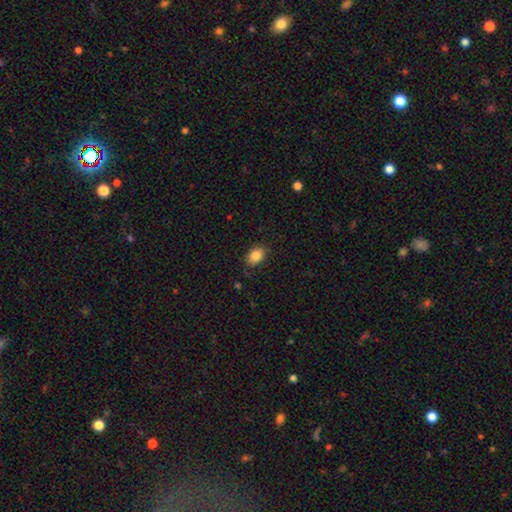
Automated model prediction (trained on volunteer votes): A smooth galaxy with no disk features (85%) that is in between round and cigar-shaped (76%). Merging: none (84%).